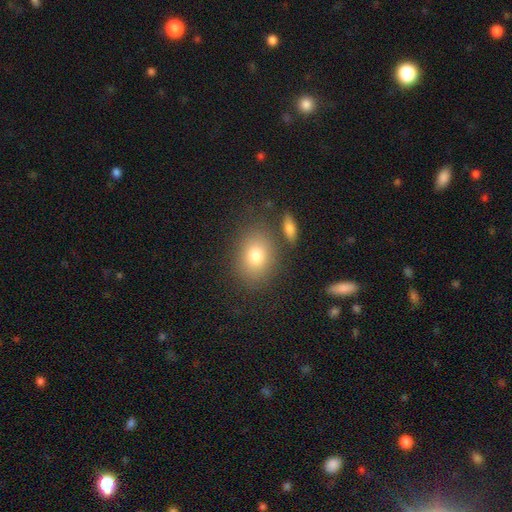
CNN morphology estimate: smooth_or_featured: smooth (p=0.77) [alt: featured or disk p=0.12]
how_rounded: in between (p=0.58) [alt: round p=0.41]
merging: none (p=0.78) [alt: minor disturbance p=0.11]